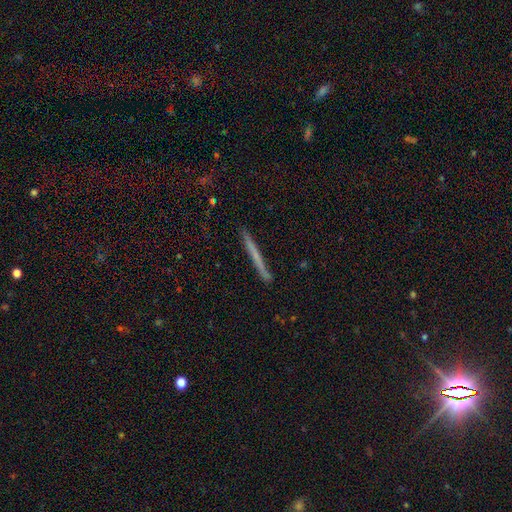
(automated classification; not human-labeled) smooth_or_featured: smooth (p=0.55) [alt: featured or disk p=0.39]
how_rounded: cigar-shaped (p=0.97) [alt: in between p=0.02]
merging: none (p=0.90) [alt: minor disturbance p=0.07]